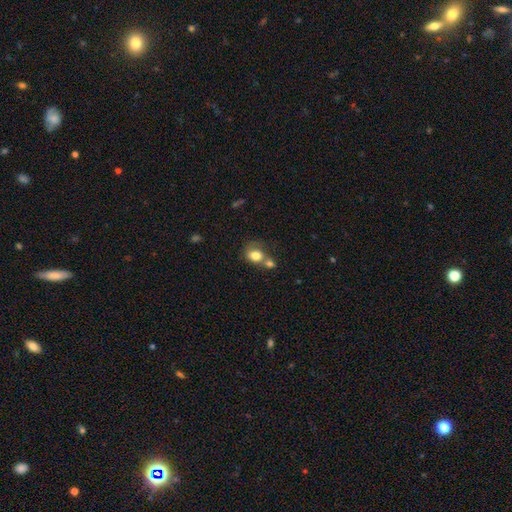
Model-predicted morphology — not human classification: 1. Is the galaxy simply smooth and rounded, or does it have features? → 77% smooth, 14% featured or disk, 9% star or artifact.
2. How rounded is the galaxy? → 51% round, 48% in between, 1% cigar-shaped.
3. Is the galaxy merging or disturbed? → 50% merger, 28% none, 13% minor disturbance, 9% major disturbance.